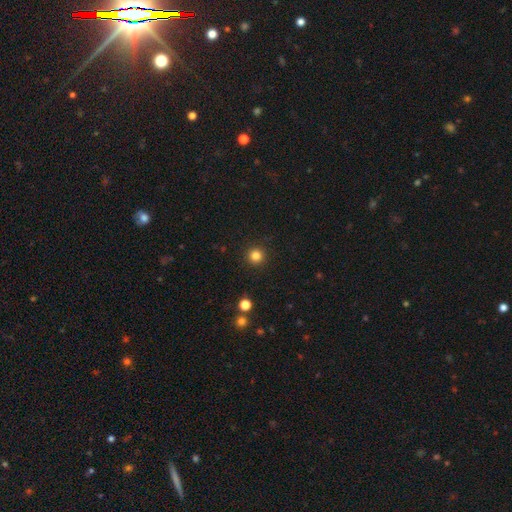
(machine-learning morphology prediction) type=smooth (82%); roundness=round (96%); merging=none (93%).